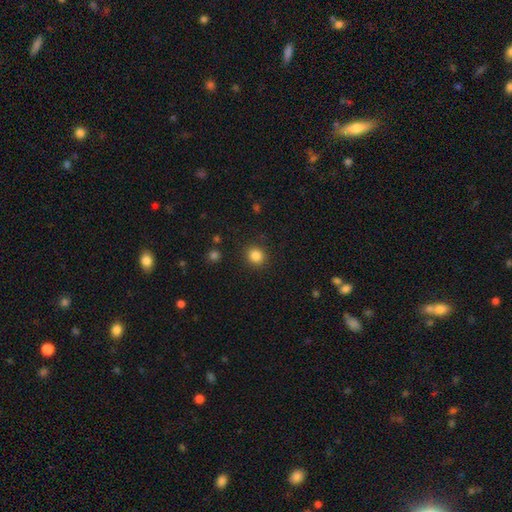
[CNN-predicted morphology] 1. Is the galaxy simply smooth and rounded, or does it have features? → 85% smooth, 11% star or artifact, 4% featured or disk.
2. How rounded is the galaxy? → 86% round, 13% in between, 1% cigar-shaped.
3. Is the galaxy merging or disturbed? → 90% none, 6% minor disturbance, 3% major disturbance, 1% merger.